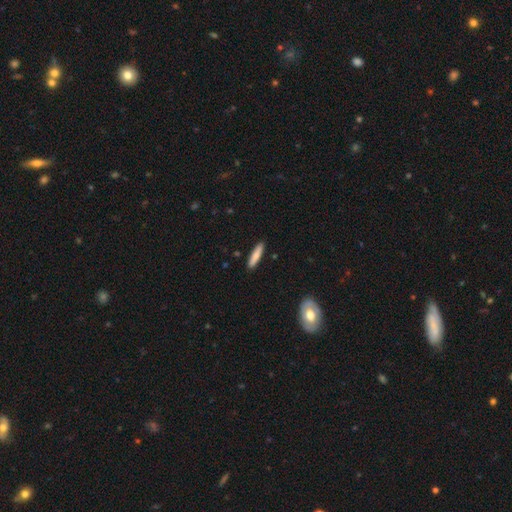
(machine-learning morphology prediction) smooth_or_featured: smooth (p=0.77) [alt: featured or disk p=0.17]
how_rounded: cigar-shaped (p=0.85) [alt: in between p=0.13]
merging: none (p=0.90) [alt: minor disturbance p=0.07]